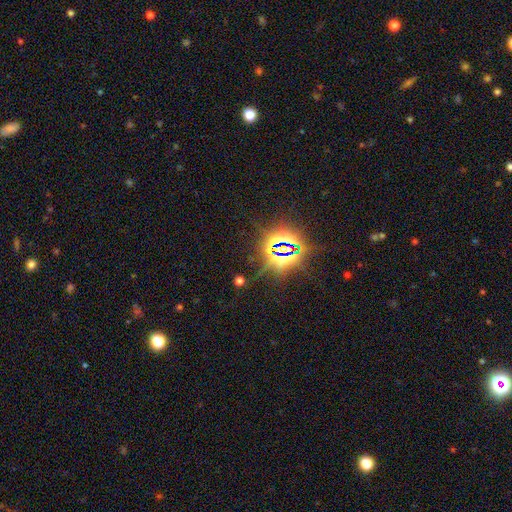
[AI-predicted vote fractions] A star or artifact, not a galaxy (82%).